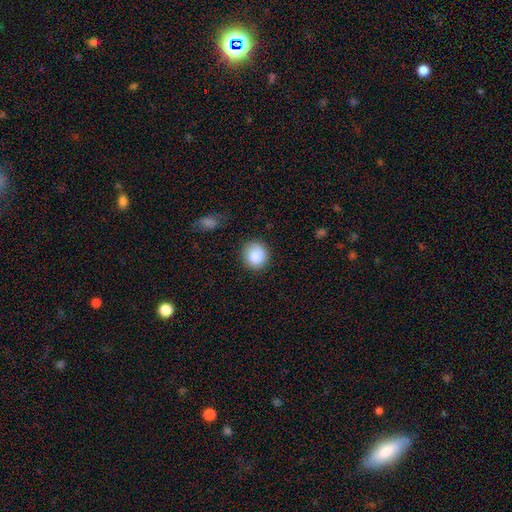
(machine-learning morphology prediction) type=smooth (87%); roundness=round (87%); merging=none (84%).